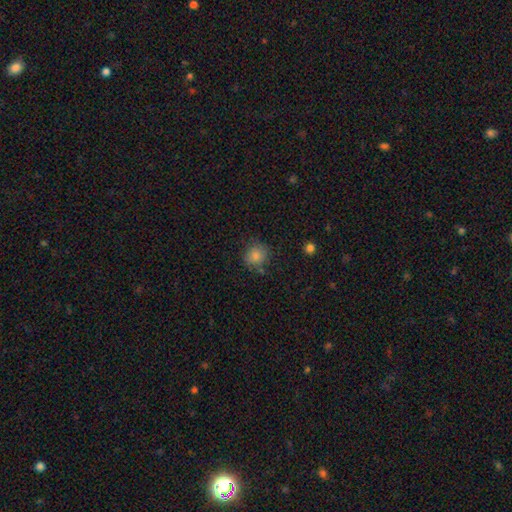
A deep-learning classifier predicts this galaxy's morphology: This is likely a smooth galaxy (80%). How rounded: clearly round (83%). Merging: clearly none (81%).